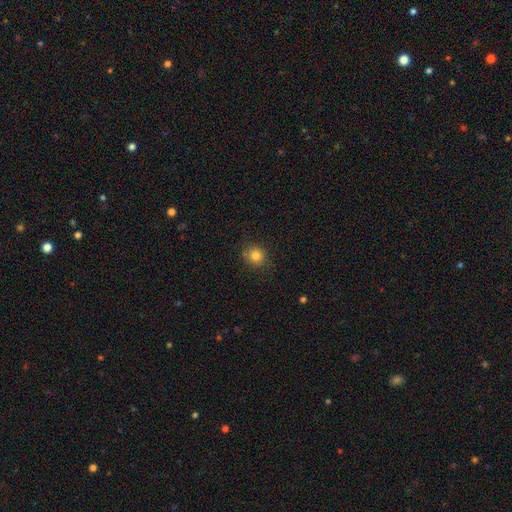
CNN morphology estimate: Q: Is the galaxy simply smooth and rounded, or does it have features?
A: smooth — 82%.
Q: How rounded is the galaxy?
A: round — 86%.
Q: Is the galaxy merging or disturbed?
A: none — 84%.